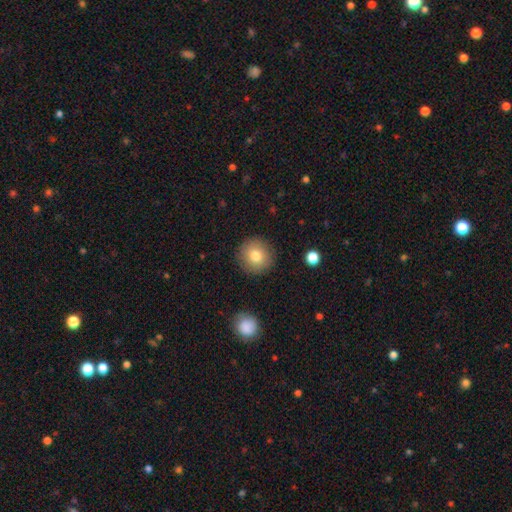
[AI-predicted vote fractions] Smooth or featured: smooth — 79% (featured or disk — 12%)
How rounded: round — 93% (in between — 6%)
Merging: none — 89% (minor disturbance — 7%)